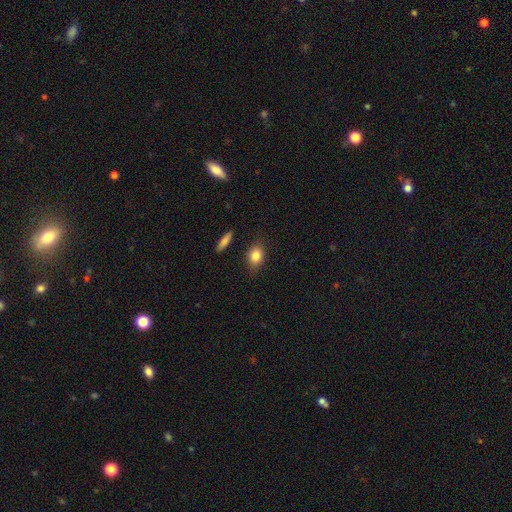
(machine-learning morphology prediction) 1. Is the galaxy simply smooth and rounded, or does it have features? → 83% smooth, 9% star or artifact, 8% featured or disk.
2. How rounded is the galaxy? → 62% in between, 35% round, 3% cigar-shaped.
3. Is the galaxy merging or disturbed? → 83% none, 12% minor disturbance, 3% major disturbance, 2% merger.